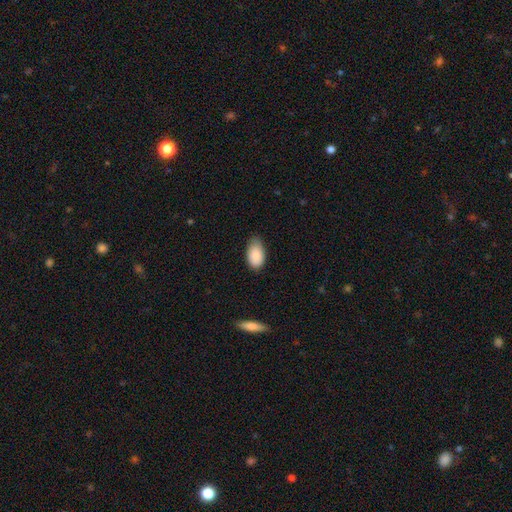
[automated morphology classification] The model was most divided on "merging": none: 66%, minor disturbance: 29%, major disturbance: 4%, merger: 1%. More confident: how rounded — in between (94%); smooth or featured — smooth (88%).